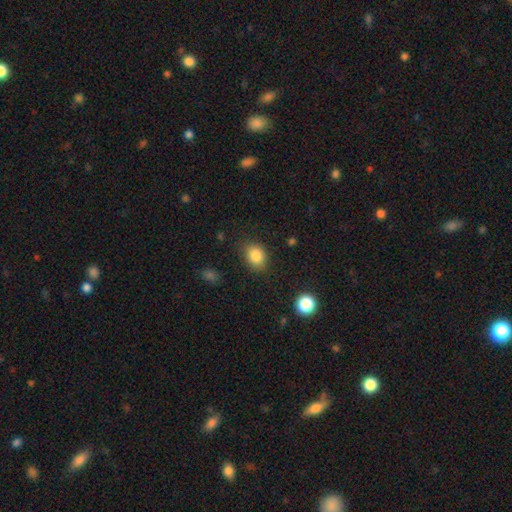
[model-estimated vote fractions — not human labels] smooth_or_featured: smooth (p=0.85) [alt: star or artifact p=0.10]
how_rounded: in between (p=0.54) [alt: round p=0.45]
merging: none (p=0.80) [alt: minor disturbance p=0.14]